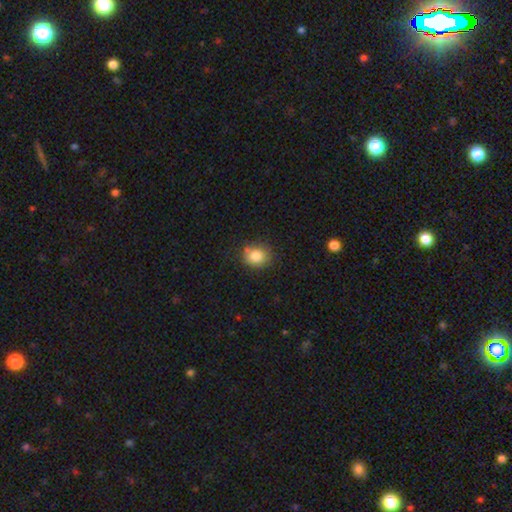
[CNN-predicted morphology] Q: Smooth or featured?
A: smooth (83%); runner-up: star or artifact (10%)
Q: How rounded?
A: round (73%); runner-up: in between (26%)
Q: Merging?
A: none (76%); runner-up: minor disturbance (16%)